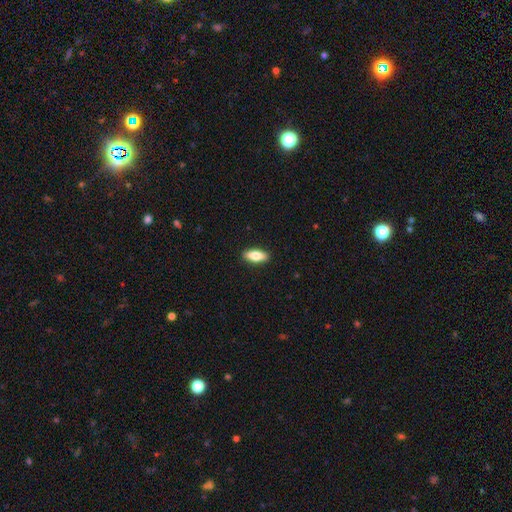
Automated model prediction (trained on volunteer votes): Smooth or featured?
  - smooth: 75% *
  - featured or disk: 19%
  - star or artifact: 6%
How rounded?
  - in between: 75% *
  - cigar-shaped: 22%
  - round: 3%
Merging?
  - none: 90% *
  - minor disturbance: 7%
  - major disturbance: 2%
  - merger: 1%